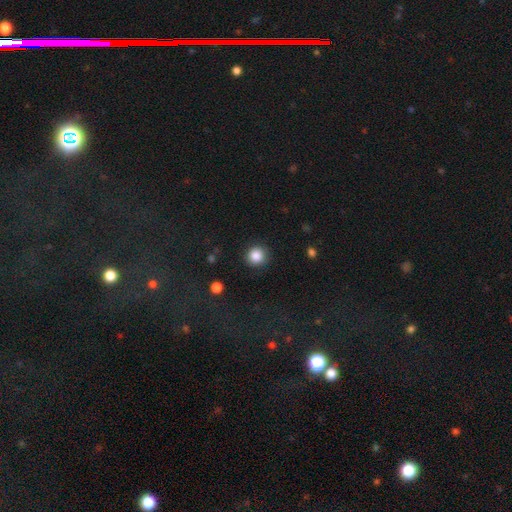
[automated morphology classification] Smooth or featured: smooth — 86% (star or artifact — 10%)
How rounded: round — 91% (in between — 8%)
Merging: none — 90% (minor disturbance — 7%)